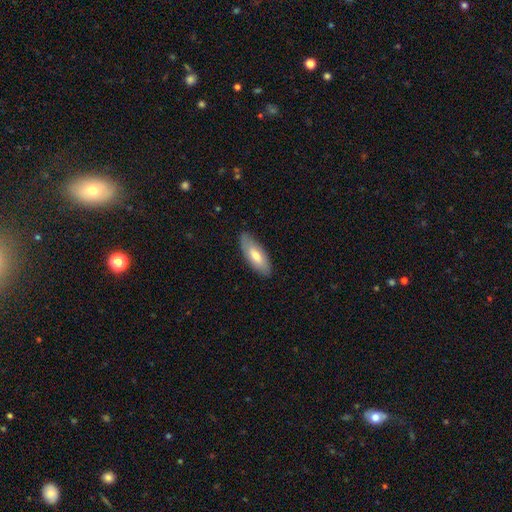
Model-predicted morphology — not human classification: A smooth galaxy with no disk features (69%) that is in between round and cigar-shaped (70%).

Vote fractions:
- Smooth or featured? smooth: 69% / featured or disk: 26% / star or artifact: 5%
- How rounded? in between: 70% / cigar-shaped: 28% / round: 2%
- Merging? none: 86% / minor disturbance: 11% / major disturbance: 2% / merger: 1%